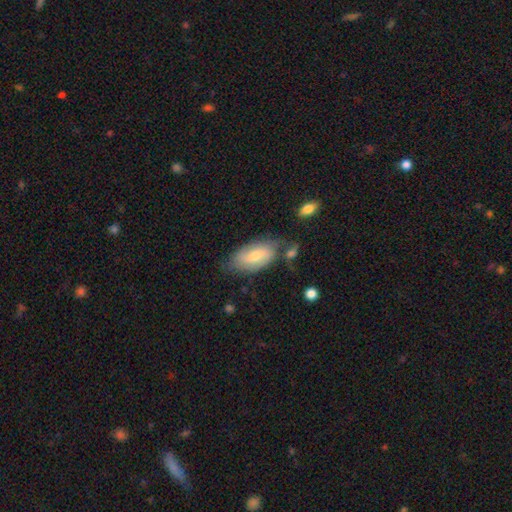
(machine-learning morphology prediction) smooth 53%, featured or disk 40%, star or artifact 7%. Down the decision tree: how rounded — in between (91%); merging — none (65%).